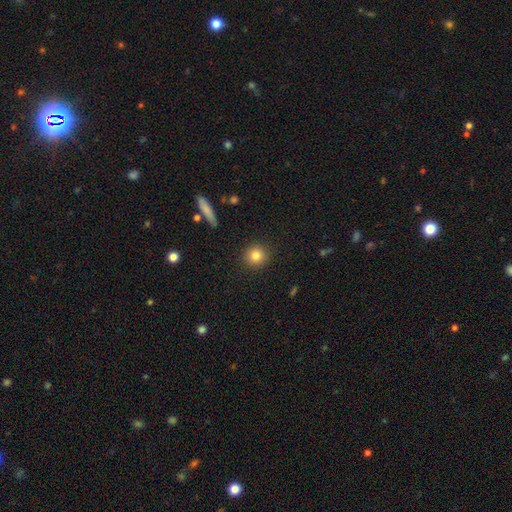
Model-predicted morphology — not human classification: smooth-or-featured: smooth: 82% | star or artifact: 11% | featured or disk: 8%
  how-rounded: round: 93% | in between: 6% | cigar-shaped: 1%
  merging: none: 91% | minor disturbance: 5% | major disturbance: 2% | merger: 1%